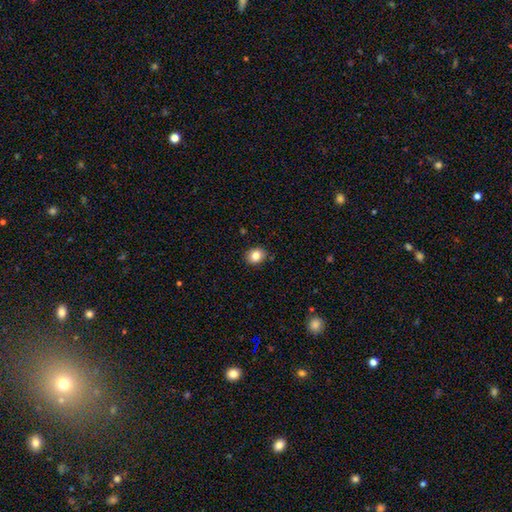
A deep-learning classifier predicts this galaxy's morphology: This appears to be a smooth galaxy with no disk features (83%) that is round (59%). Merging: none (87%).